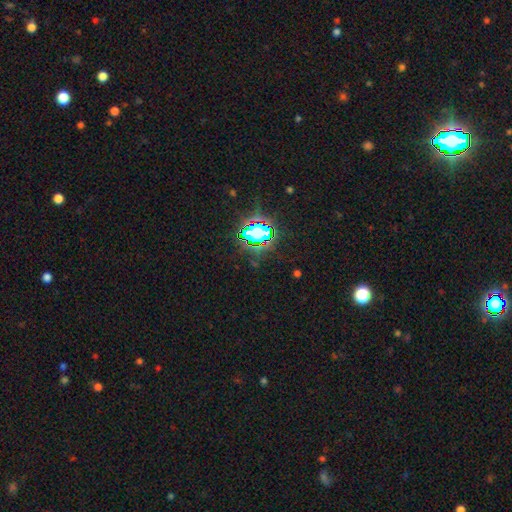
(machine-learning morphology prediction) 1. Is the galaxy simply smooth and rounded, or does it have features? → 80% star or artifact, 13% smooth, 7% featured or disk.